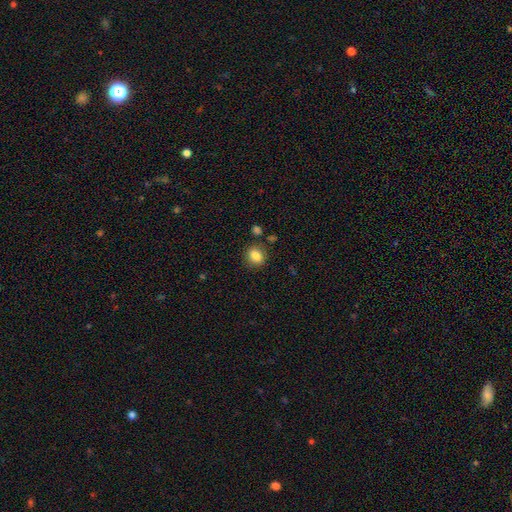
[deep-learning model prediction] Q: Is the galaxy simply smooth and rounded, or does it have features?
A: smooth — 84%.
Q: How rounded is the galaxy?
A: round — 56%.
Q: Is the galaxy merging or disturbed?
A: none — 84%.